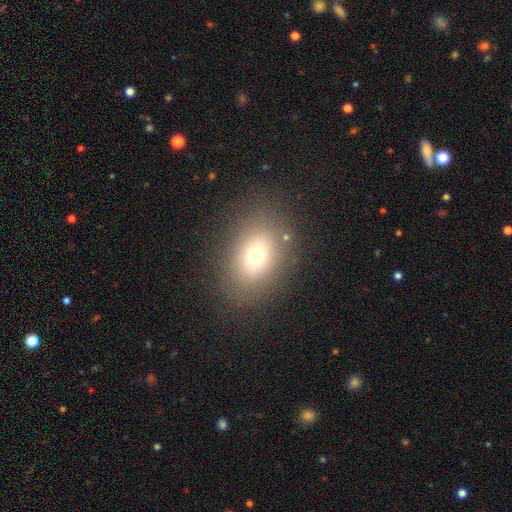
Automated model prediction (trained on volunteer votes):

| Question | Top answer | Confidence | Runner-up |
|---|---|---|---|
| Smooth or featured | smooth | 68% | star or artifact (17%) |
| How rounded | in between | 61% | round (37%) |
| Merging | none | 82% | minor disturbance (10%) |